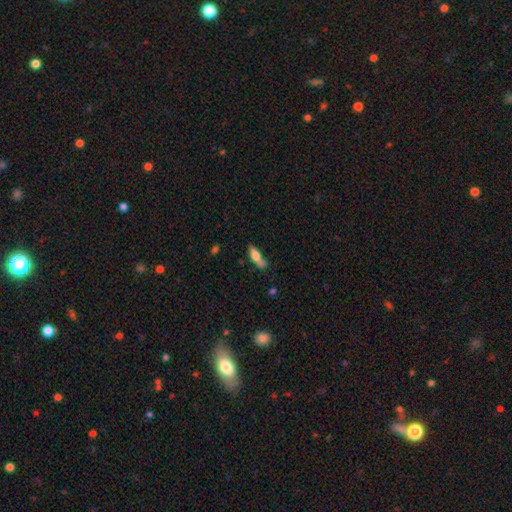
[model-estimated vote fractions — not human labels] smooth-or-featured: smooth: 66% | featured or disk: 26% | star or artifact: 8%
  how-rounded: in between: 50% | cigar-shaped: 47% | round: 3%
  merging: none: 47% | minor disturbance: 30% | major disturbance: 15% | merger: 9%